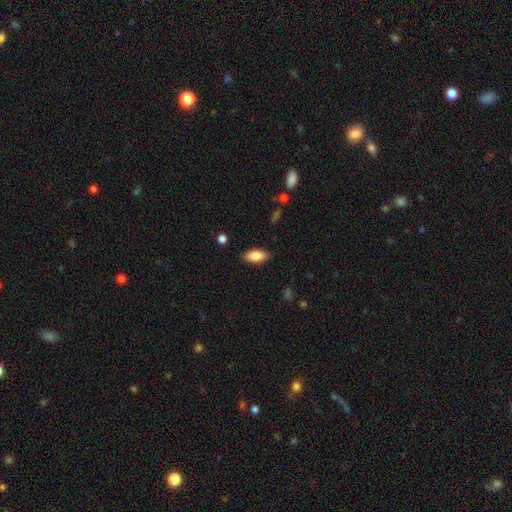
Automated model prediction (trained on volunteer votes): smooth-or-featured: smooth: 86% | featured or disk: 7% | star or artifact: 7%
  how-rounded: in between: 91% | cigar-shaped: 6% | round: 3%
  merging: none: 86% | minor disturbance: 10% | major disturbance: 2% | merger: 1%